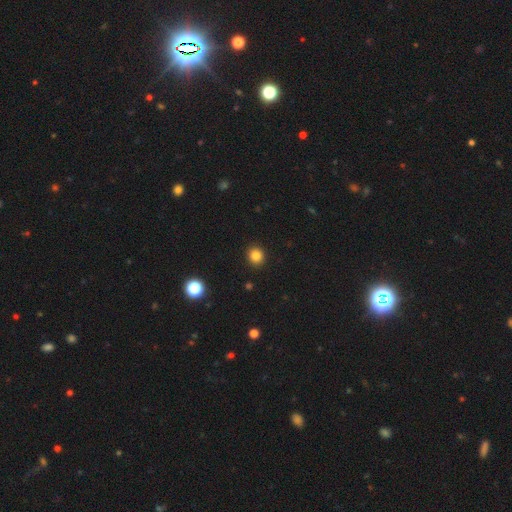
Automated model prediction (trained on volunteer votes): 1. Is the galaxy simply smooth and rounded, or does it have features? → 84% smooth, 12% star or artifact, 4% featured or disk.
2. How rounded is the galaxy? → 89% round, 10% in between, 1% cigar-shaped.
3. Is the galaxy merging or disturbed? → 92% none, 5% minor disturbance, 2% major disturbance, 1% merger.